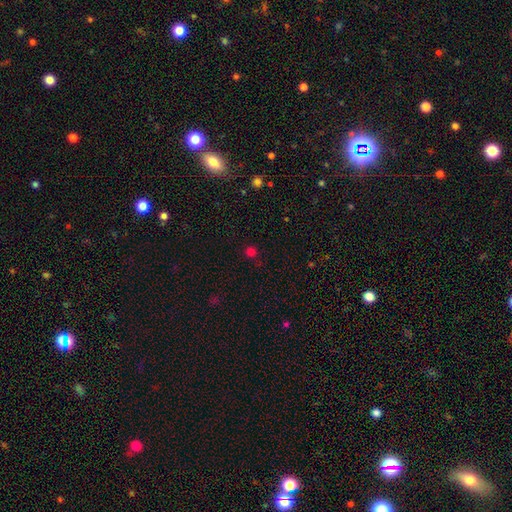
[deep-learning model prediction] The model was most divided on "smooth or featured": smooth: 49%, star or artifact: 45%, featured or disk: 6%. More confident: merging — none (84%).